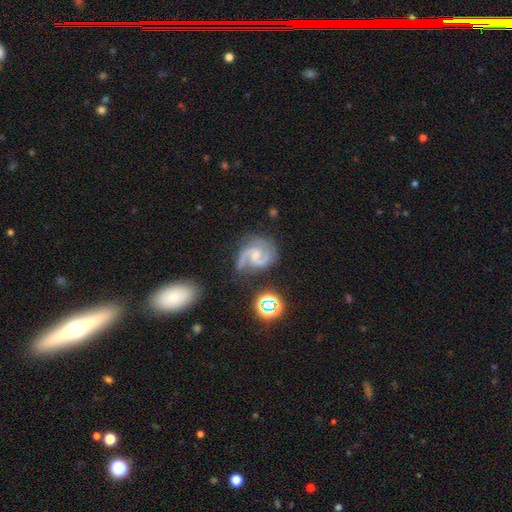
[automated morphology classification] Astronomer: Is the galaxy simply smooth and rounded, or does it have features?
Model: featured or disk — 88%.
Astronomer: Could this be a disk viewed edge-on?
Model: no — 98%.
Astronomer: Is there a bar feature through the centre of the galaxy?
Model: weak — 48% (runner-up: no, 43%).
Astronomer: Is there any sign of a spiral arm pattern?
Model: yes — 98%.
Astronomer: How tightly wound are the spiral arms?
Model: medium — 60%.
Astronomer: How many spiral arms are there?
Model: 2 — 87%.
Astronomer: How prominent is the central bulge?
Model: small — 48% (runner-up: moderate, 32%).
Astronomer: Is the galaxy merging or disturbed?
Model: none — 61%.